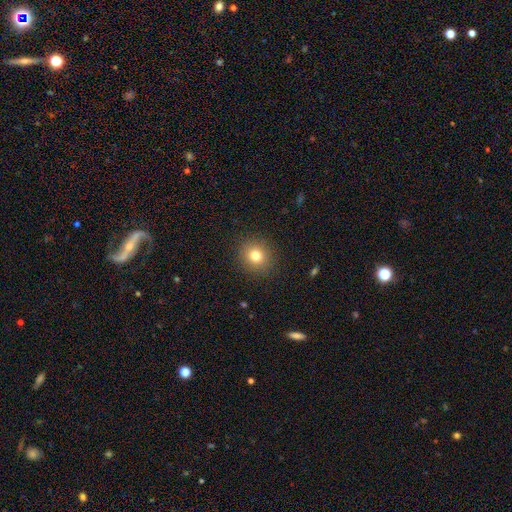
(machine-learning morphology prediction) Overall: smooth (78%). How rounded: round (89%). Merging: none (90%).